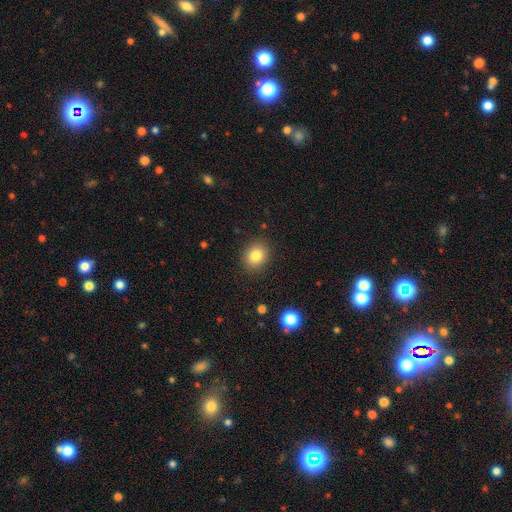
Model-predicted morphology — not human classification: smooth 83%, star or artifact 10%, featured or disk 7%. Down the decision tree: how rounded — round (67%); merging — none (88%).